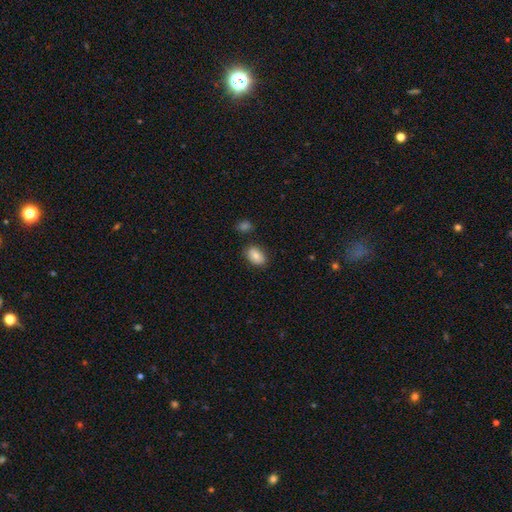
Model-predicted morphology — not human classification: Smooth or featured: smooth — 82% (featured or disk — 10%)
How rounded: in between — 87% (round — 11%)
Merging: none — 81% (minor disturbance — 12%)